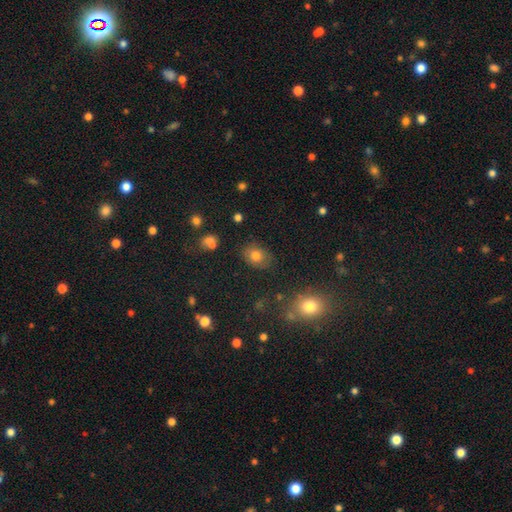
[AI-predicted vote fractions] Overall: smooth (77%). How rounded: in between (61%; round 38%). Merging: none (81%).